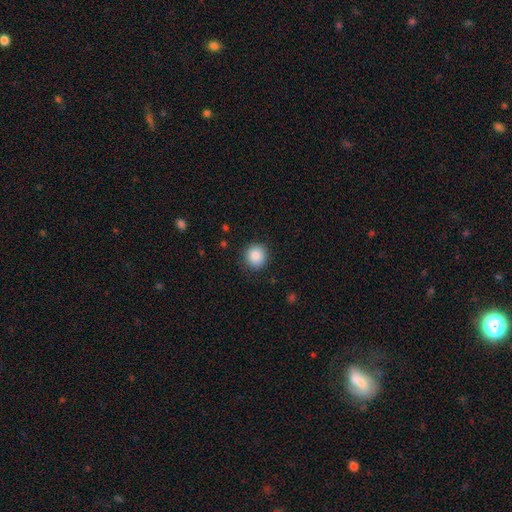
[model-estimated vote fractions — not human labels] Smooth or featured? smooth (87%)
How rounded? round (91%)
Merging? none (89%)